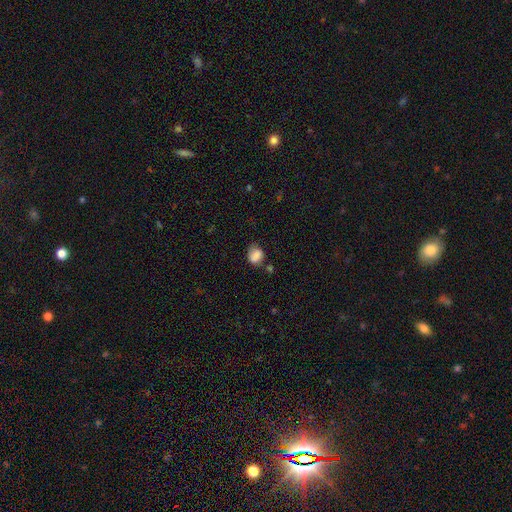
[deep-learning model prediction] The model was most divided on "how rounded": round: 50%, in between: 49%, cigar-shaped: 1%. More confident: smooth or featured — smooth (80%); merging — none (53%).